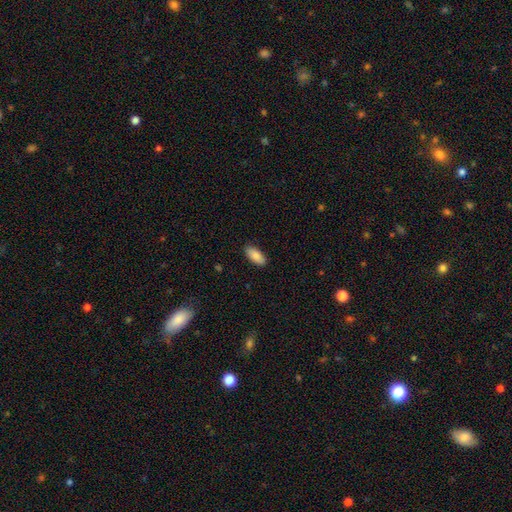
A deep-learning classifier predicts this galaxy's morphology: Smooth or featured: smooth — 88% (featured or disk — 6%)
How rounded: in between — 87% (cigar-shaped — 11%)
Merging: none — 89% (minor disturbance — 8%)